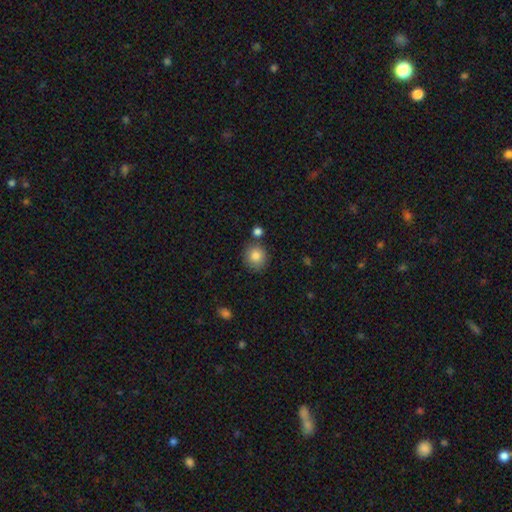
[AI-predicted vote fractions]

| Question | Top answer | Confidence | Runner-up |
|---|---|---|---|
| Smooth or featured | smooth | 83% | star or artifact (9%) |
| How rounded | round | 88% | in between (11%) |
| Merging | none | 79% | minor disturbance (10%) |